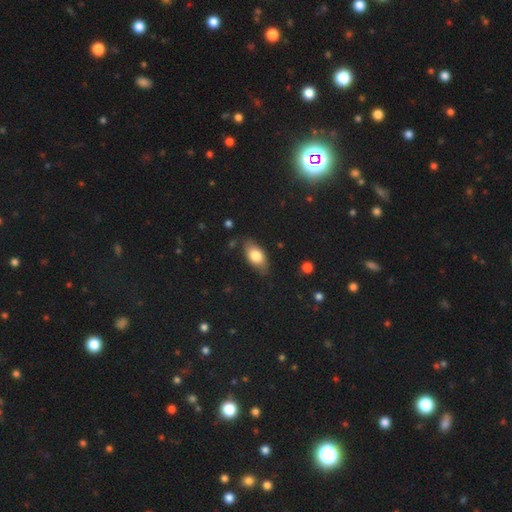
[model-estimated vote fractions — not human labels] Q: Smooth or featured?
A: smooth (76%); runner-up: featured or disk (17%)
Q: How rounded?
A: in between (90%); runner-up: cigar-shaped (6%)
Q: Merging?
A: none (78%); runner-up: minor disturbance (17%)